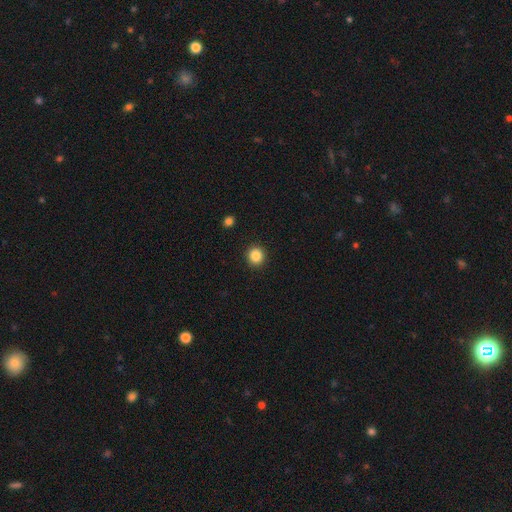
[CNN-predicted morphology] A smooth galaxy with no disk features (86%) that is round (92%).

Vote fractions:
- Smooth or featured? smooth: 86% / star or artifact: 10% / featured or disk: 4%
- How rounded? round: 92% / in between: 7% / cigar-shaped: 1%
- Merging? none: 92% / minor disturbance: 5% / major disturbance: 2% / merger: 1%